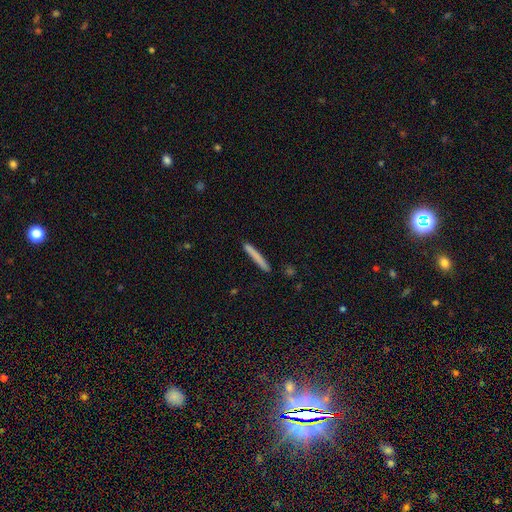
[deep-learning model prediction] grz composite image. It shows a smooth galaxy with no disk features (74%) that is cigar-shaped (97%). Merging: none (89%).